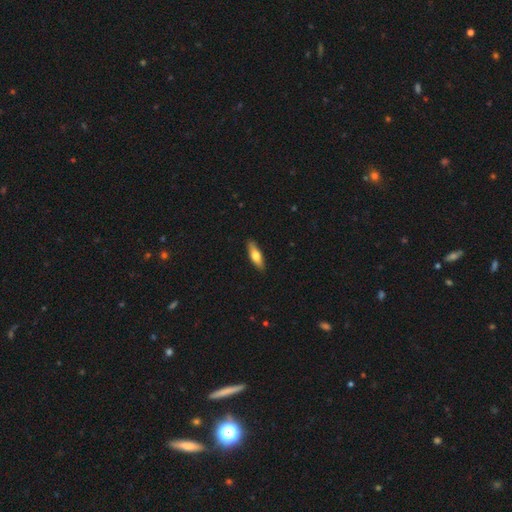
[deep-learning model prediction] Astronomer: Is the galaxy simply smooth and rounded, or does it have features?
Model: smooth — 63%.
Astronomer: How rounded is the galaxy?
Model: cigar-shaped — 53% (runner-up: in between, 45%).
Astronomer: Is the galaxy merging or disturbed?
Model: none — 89%.